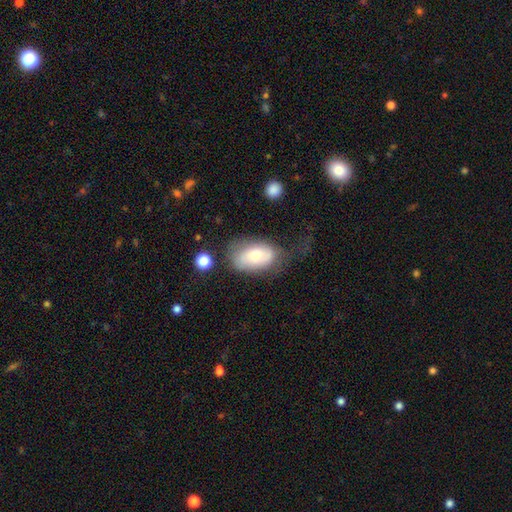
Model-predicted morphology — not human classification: Smooth or featured: smooth — 64% (featured or disk — 29%)
How rounded: in between — 90% (round — 8%)
Merging: none — 45% (minor disturbance — 28%)